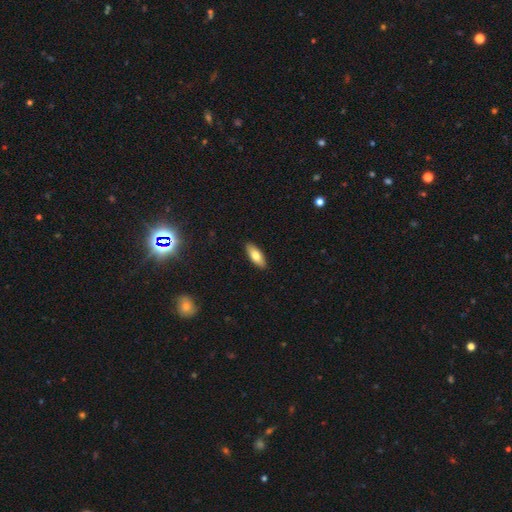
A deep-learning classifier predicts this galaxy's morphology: The model was most divided on "how rounded": in between: 76%, cigar-shaped: 22%, round: 2%. More confident: merging — none (90%); smooth or featured — smooth (75%).